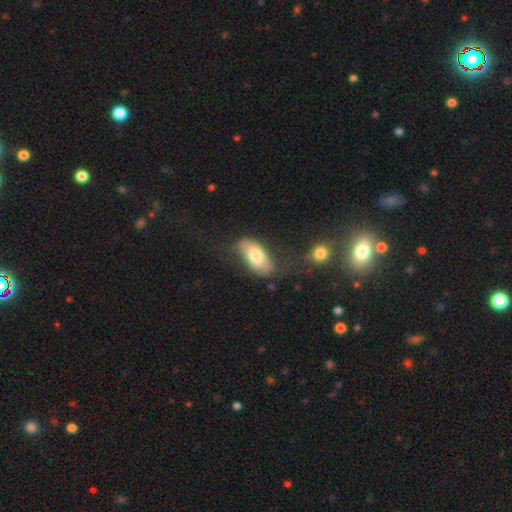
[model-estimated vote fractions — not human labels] A smooth galaxy with no disk features (68%) that is in between round and cigar-shaped (91%).

Vote fractions:
- Smooth or featured? smooth: 68% / featured or disk: 26% / star or artifact: 6%
- How rounded? in between: 91% / cigar-shaped: 5% / round: 3%
- Merging? none: 57% / minor disturbance: 23% / major disturbance: 13% / merger: 7%